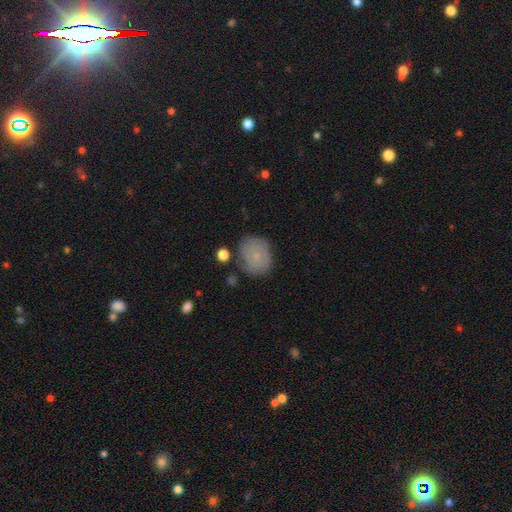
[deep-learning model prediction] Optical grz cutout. It shows a smooth galaxy with no disk features (68%) that is round (68%). Merging: none (71%).